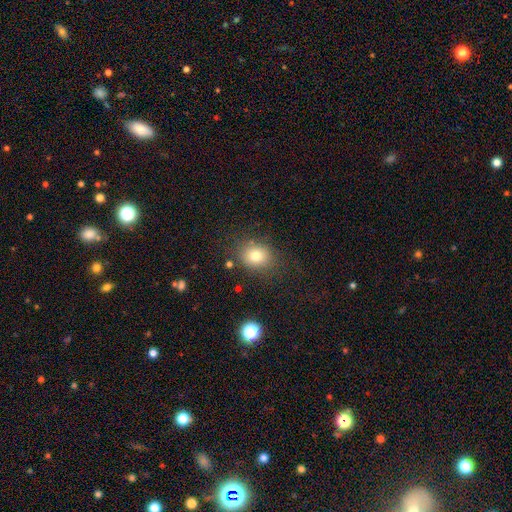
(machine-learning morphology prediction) Overall: smooth (78%). How rounded: round (63%; in between 36%). Merging: none (80%).